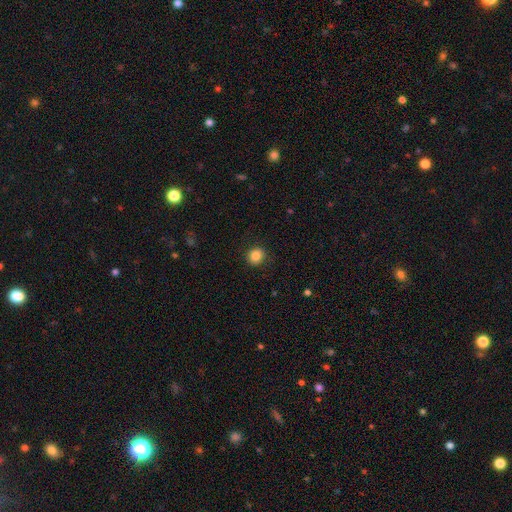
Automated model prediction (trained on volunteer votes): The model was most divided on "how rounded": round: 84%, in between: 15%, cigar-shaped: 1%. More confident: merging — none (89%); smooth or featured — smooth (85%).